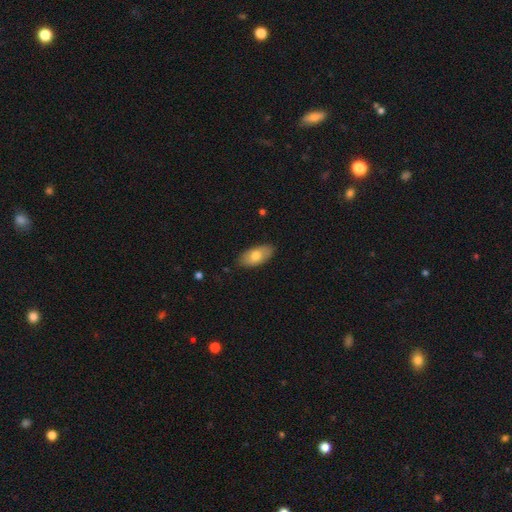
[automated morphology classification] A smooth galaxy with no disk features (74%) that is in between round and cigar-shaped (92%). Merging: none (86%).